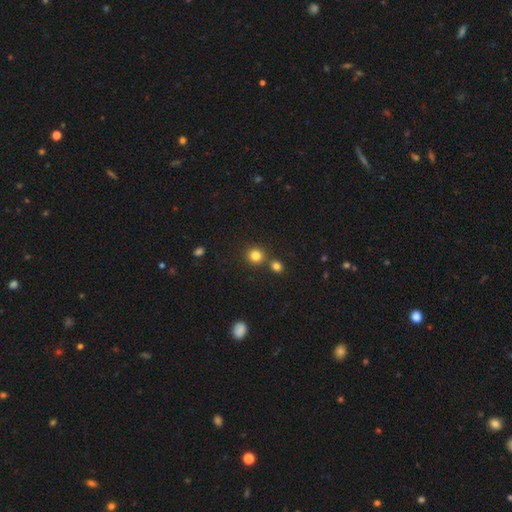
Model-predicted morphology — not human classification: A smooth galaxy with no disk features (82%) that is round (90%).

Vote fractions:
- Smooth or featured? smooth: 82% / star or artifact: 13% / featured or disk: 5%
- How rounded? round: 90% / in between: 9% / cigar-shaped: 1%
- Merging? none: 75% / merger: 16% / minor disturbance: 7% / major disturbance: 2%